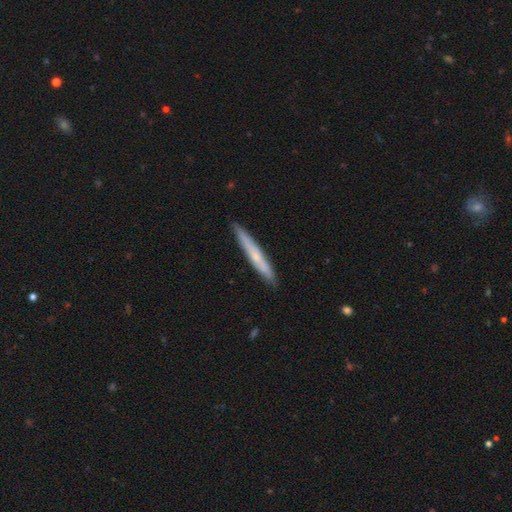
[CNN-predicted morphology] A smooth galaxy with no disk features (50%). Merging: none (89%).